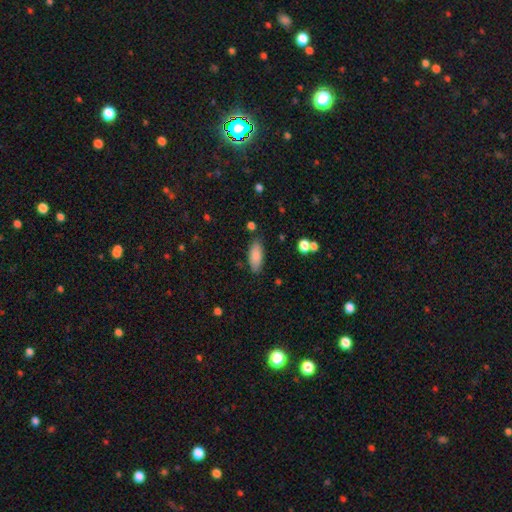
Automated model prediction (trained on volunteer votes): Smooth or featured? Predicted: smooth (p=0.84). How rounded? Predicted: in between (p=0.81). Merging? Predicted: none (p=0.81).